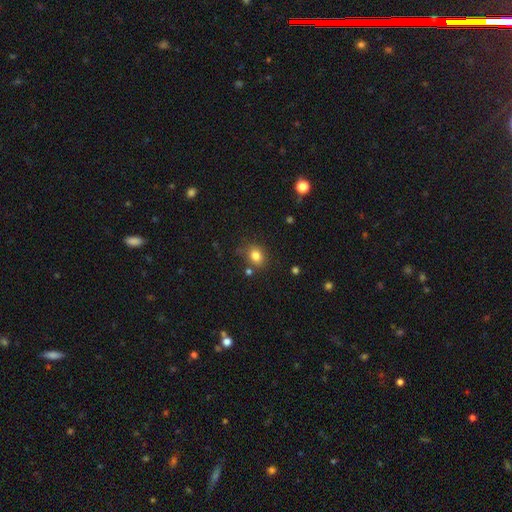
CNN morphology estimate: Overall: smooth (81%). How rounded: round (58%; in between 41%). Merging: none (73%).